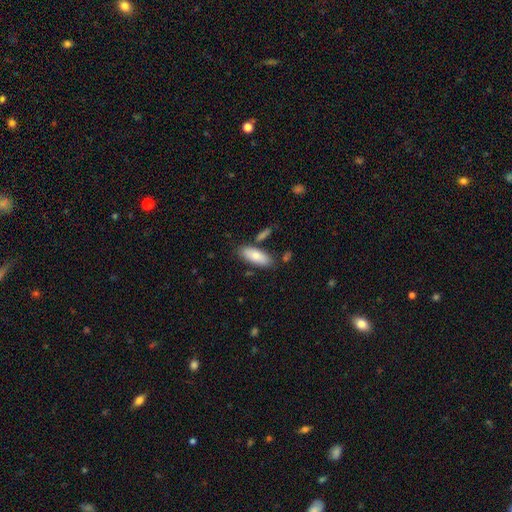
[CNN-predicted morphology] type=smooth (78%); roundness=in between (77%); merging=none (77%).